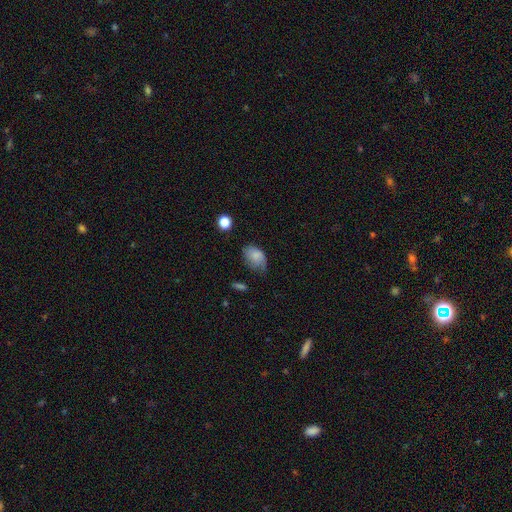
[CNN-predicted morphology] smooth_or_featured: smooth (p=0.79) [alt: featured or disk p=0.13]
how_rounded: in between (p=0.84) [alt: round p=0.15]
merging: none (p=0.48) [alt: minor disturbance p=0.38]